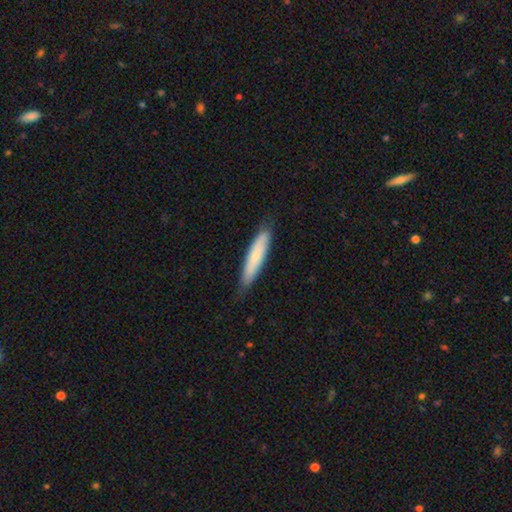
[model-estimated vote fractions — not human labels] The model was most divided on "smooth or featured": smooth: 68%, featured or disk: 27%, star or artifact: 5%. More confident: how rounded — cigar-shaped (83%); merging — none (80%).